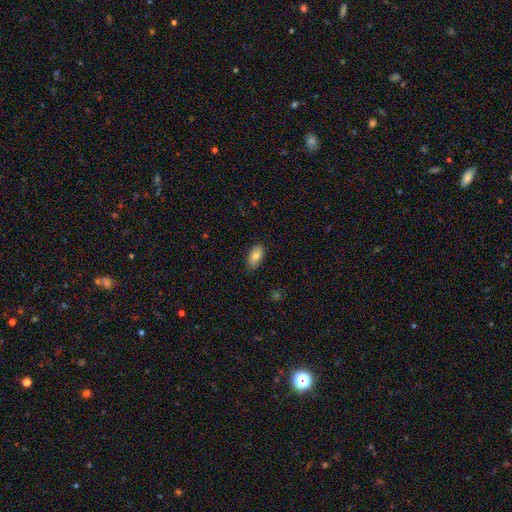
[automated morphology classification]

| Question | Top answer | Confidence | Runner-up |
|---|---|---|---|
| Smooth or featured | smooth | 80% | featured or disk (13%) |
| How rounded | in between | 93% | round (4%) |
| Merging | none | 82% | minor disturbance (15%) |